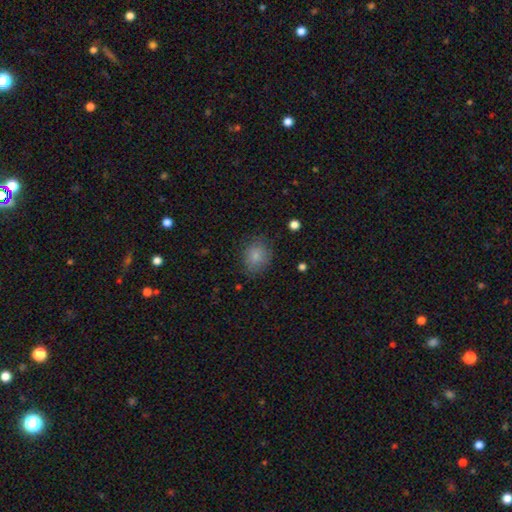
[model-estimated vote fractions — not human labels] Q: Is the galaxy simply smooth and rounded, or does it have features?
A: smooth — 82%.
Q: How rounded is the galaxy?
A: round — 61%.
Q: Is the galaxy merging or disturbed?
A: none — 76%.